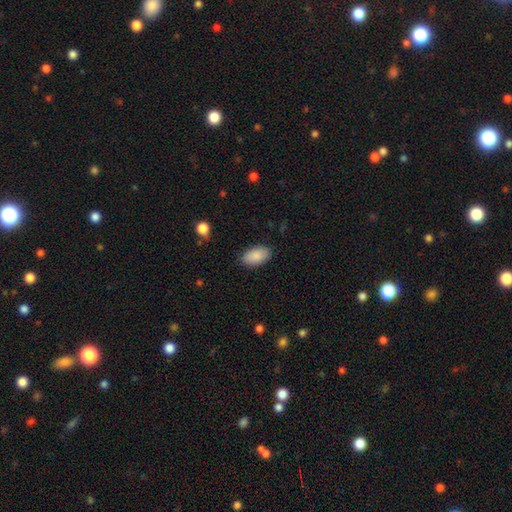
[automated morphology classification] This is clearly a smooth galaxy (88%). How rounded: clearly in between (94%). Merging: clearly none (85%).